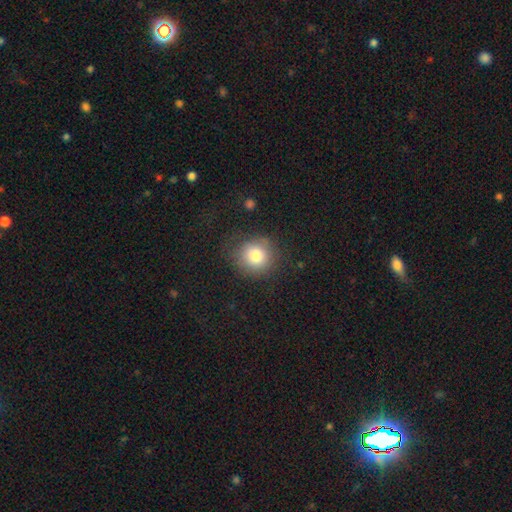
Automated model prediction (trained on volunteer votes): Morphology: type=smooth (80%); roundness=round (86%); merging=none (76%).